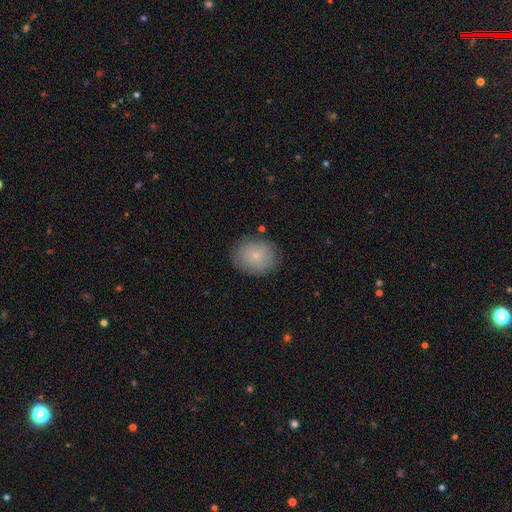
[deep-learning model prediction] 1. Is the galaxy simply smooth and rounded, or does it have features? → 79% smooth, 13% featured or disk, 8% star or artifact.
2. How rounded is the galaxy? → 67% round, 32% in between, 1% cigar-shaped.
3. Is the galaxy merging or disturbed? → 85% none, 11% minor disturbance, 3% major disturbance, 1% merger.